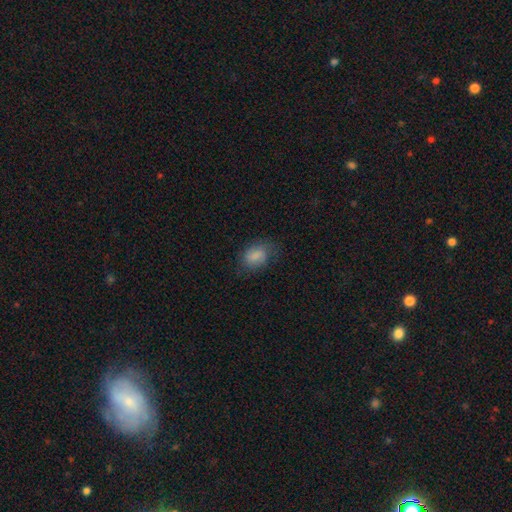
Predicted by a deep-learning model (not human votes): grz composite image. It shows a smooth galaxy with no disk features (77%) that is in between round and cigar-shaped (74%). Merging: none (66%).